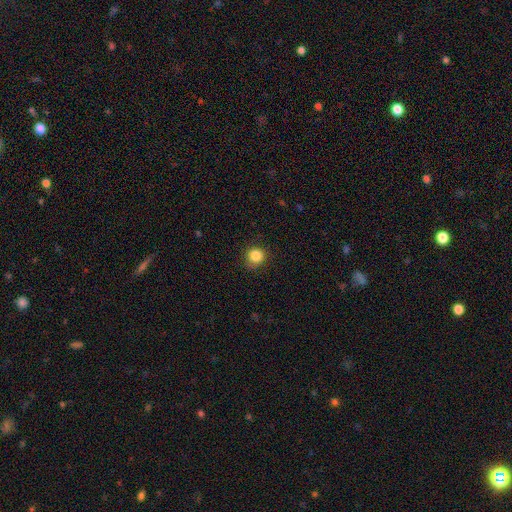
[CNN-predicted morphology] A smooth galaxy with no disk features (85%) that is round (90%).

Vote fractions:
- Smooth or featured? smooth: 85% / star or artifact: 11% / featured or disk: 4%
- How rounded? round: 90% / in between: 9% / cigar-shaped: 1%
- Merging? none: 85% / minor disturbance: 11% / major disturbance: 3% / merger: 1%